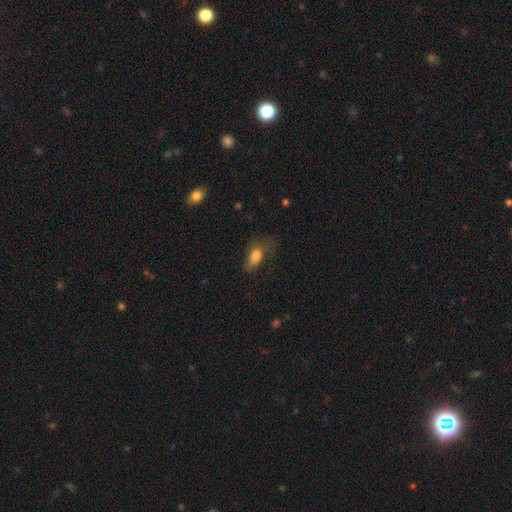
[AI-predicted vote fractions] The model was most divided on "merging": none: 35%, major disturbance: 34%, minor disturbance: 29%, merger: 2%. More confident: how rounded — in between (85%); smooth or featured — smooth (77%).